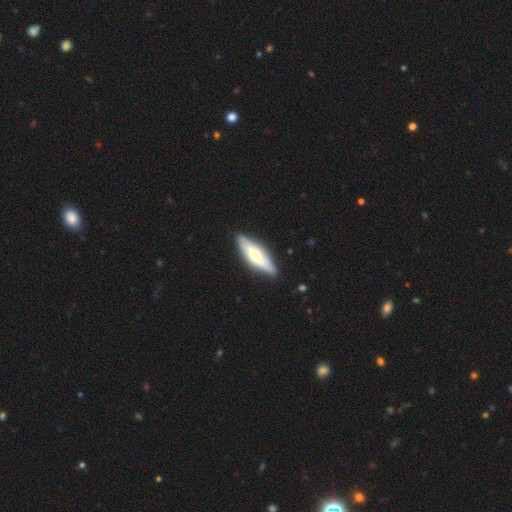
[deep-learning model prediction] A smooth galaxy with no disk features (50%). Merging: none (87%).